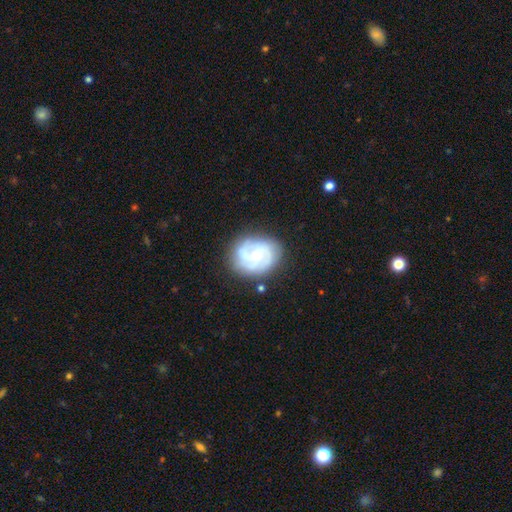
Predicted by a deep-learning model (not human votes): A featured or disk galaxy (71%) with no bar (73%), 2 (34%) tight (50%) spiral arms (86%) and a small central bulge (51%).

Vote fractions:
- Smooth or featured? featured or disk: 71% / smooth: 23% / star or artifact: 6%
- Edge-on disk? no: 98% / yes: 2%
- Bar? no: 73% / weak: 23% / strong: 4%
- Spiral arms? yes: 86% / no: 14%
- Spiral winding? tight: 50% / medium: 38% / loose: 13%
- Spiral arm count? 2: 34% / 3: 30% / can't tell: 24% / 4: 5% / 1: 4% / more than 4: 3%
- Bulge size? small: 51% / moderate: 44% / large: 3% / none: 2% / dominant: 1%
- Merging? none: 72% / minor disturbance: 18% / major disturbance: 7% / merger: 3%